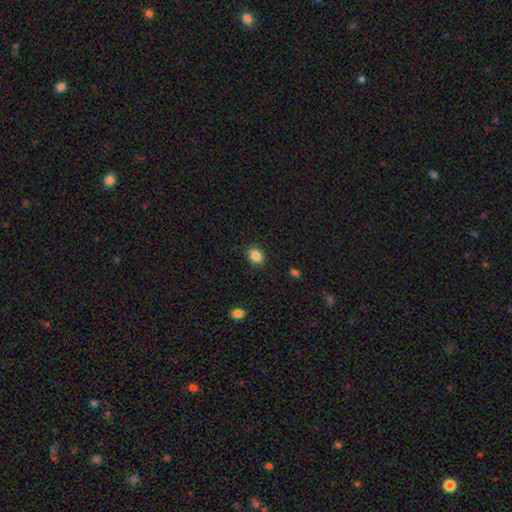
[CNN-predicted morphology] smooth 85%, star or artifact 10%, featured or disk 5%. Down the decision tree: how rounded — in between (61%); merging — none (87%).